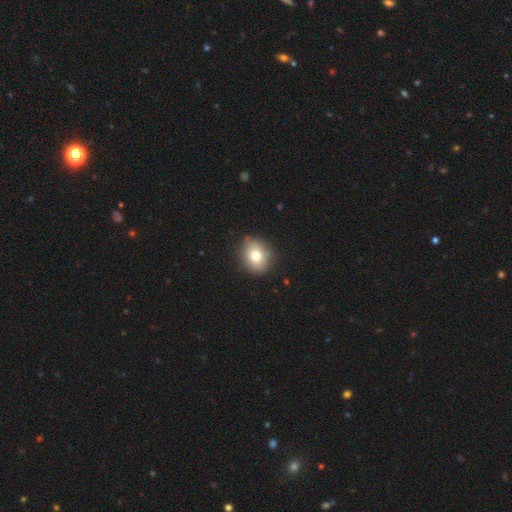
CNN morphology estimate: A smooth galaxy with no disk features (77%) that is round (69%).

Vote fractions:
- Smooth or featured? smooth: 77% / featured or disk: 13% / star or artifact: 10%
- How rounded? round: 69% / in between: 30% / cigar-shaped: 1%
- Merging? none: 86% / minor disturbance: 10% / major disturbance: 2% / merger: 1%